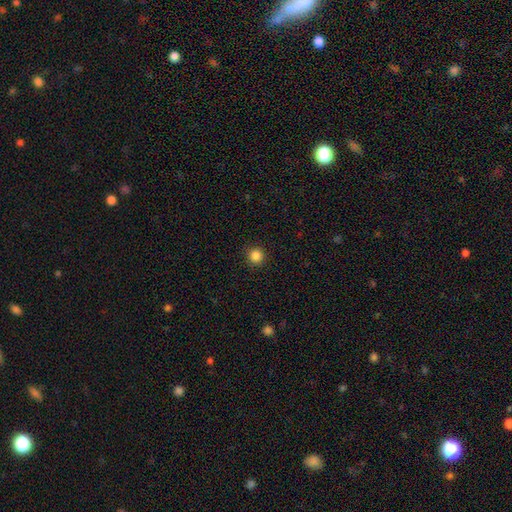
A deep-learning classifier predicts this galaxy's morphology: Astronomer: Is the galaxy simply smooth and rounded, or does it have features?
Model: smooth — 85%.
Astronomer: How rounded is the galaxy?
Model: round — 95%.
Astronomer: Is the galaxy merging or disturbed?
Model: none — 92%.